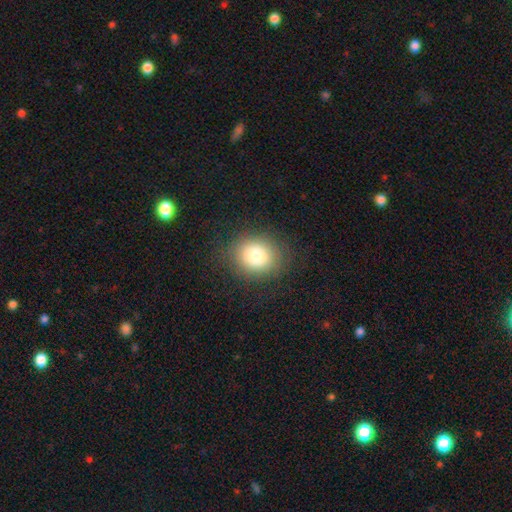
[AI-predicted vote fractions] This is clearly a smooth galaxy (81%). How rounded: likely round (68%). Merging: clearly none (86%).